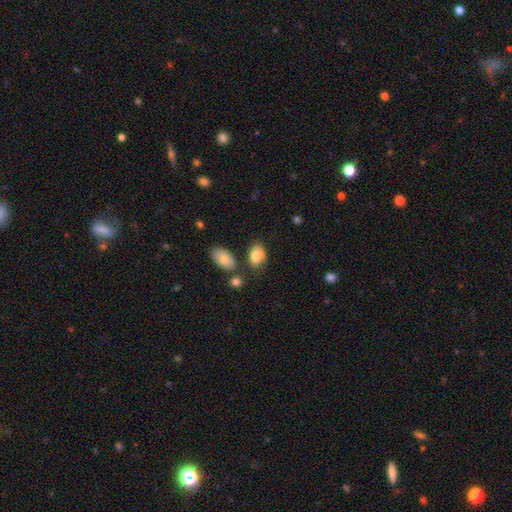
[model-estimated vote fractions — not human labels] Smooth or featured: smooth — 77% (featured or disk — 16%)
How rounded: in between — 89% (round — 10%)
Merging: none — 60% (minor disturbance — 21%)